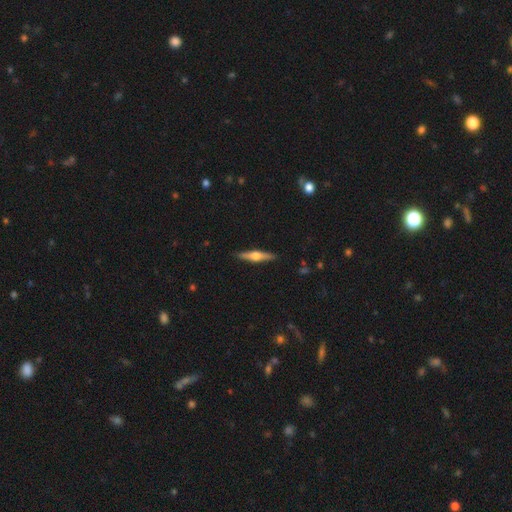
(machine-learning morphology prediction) smooth_or_featured: featured or disk (p=0.69) [alt: smooth p=0.26]
disk_edge_on: yes (p=0.97) [alt: no p=0.03]
edge_on_bulge: rounded (p=0.94) [alt: boxy p=0.04]
merging: none (p=0.91) [alt: minor disturbance p=0.07]